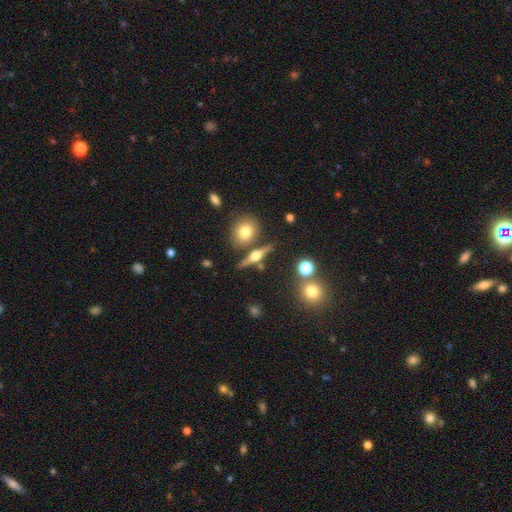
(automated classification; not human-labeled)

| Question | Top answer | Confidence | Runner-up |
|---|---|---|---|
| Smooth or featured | featured or disk | 70% | smooth (20%) |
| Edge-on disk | yes | 95% | no (5%) |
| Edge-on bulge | rounded | 95% | boxy (3%) |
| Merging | none | 78% | merger (10%) |